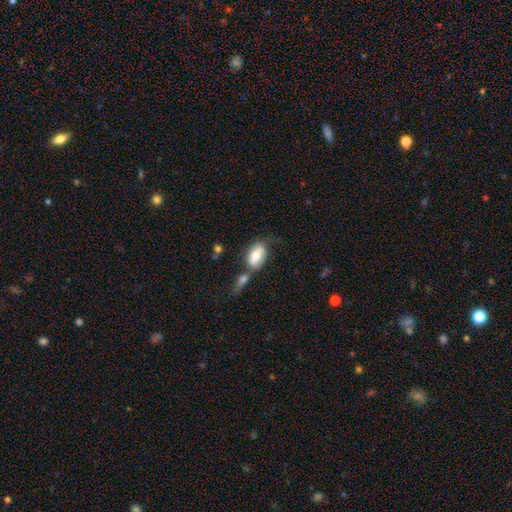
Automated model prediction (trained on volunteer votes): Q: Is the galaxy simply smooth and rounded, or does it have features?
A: smooth — 72%.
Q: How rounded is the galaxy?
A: in between — 89%.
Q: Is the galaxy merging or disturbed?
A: none — 46%.